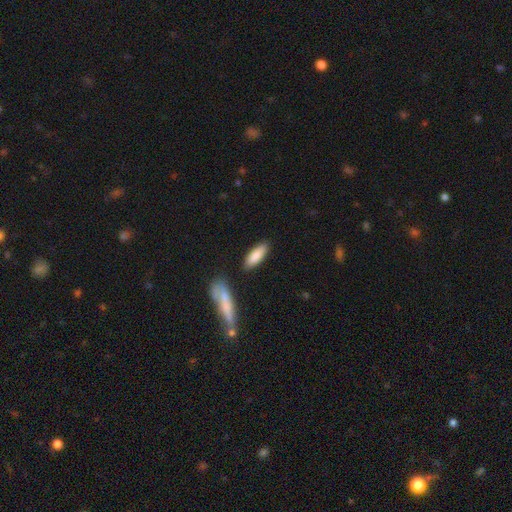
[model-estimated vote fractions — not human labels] Q: Smooth or featured?
A: smooth (85%); runner-up: featured or disk (10%)
Q: How rounded?
A: in between (60%); runner-up: cigar-shaped (39%)
Q: Merging?
A: none (82%); runner-up: minor disturbance (11%)